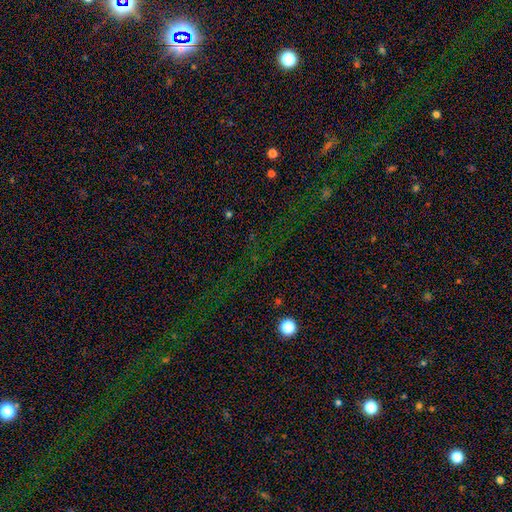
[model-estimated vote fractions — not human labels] A star or artifact, not a galaxy (78%).